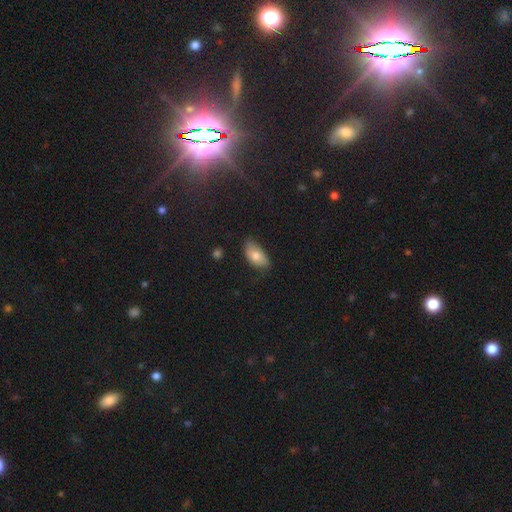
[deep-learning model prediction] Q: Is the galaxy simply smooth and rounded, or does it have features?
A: smooth — 78%.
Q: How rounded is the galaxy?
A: in between — 93%.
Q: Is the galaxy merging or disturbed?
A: none — 67%.